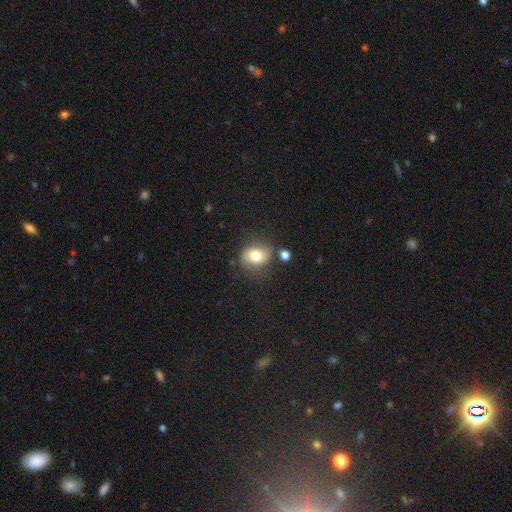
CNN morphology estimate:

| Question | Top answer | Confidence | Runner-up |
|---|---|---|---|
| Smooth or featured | smooth | 70% | featured or disk (21%) |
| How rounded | in between | 51% | round (47%) |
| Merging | none | 66% | minor disturbance (20%) |